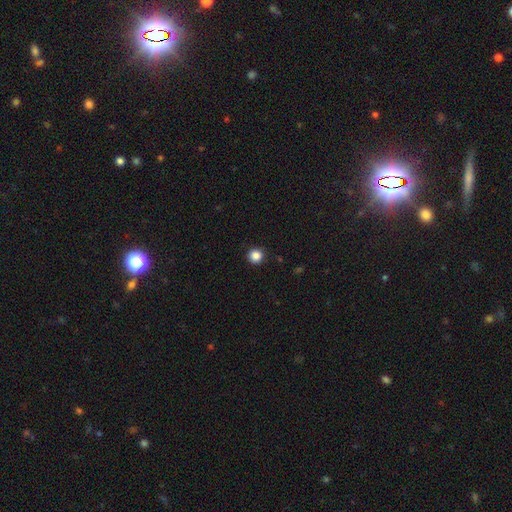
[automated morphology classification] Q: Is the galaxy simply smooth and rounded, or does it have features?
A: smooth — 86%.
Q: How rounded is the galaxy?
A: round — 94%.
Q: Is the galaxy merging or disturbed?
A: none — 92%.